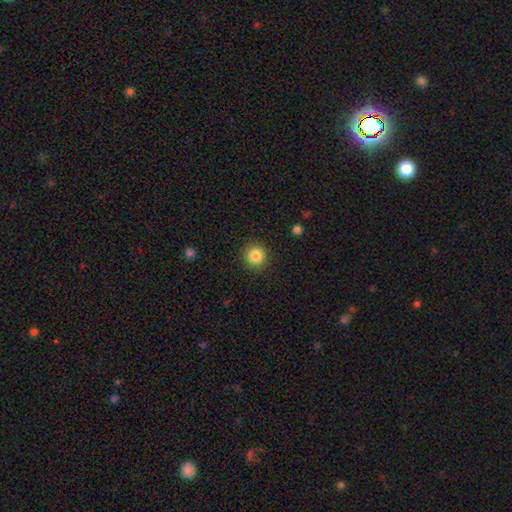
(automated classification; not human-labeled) The model was most divided on "smooth or featured": smooth: 85%, star or artifact: 10%, featured or disk: 5%. More confident: how rounded — round (93%); merging — none (91%).